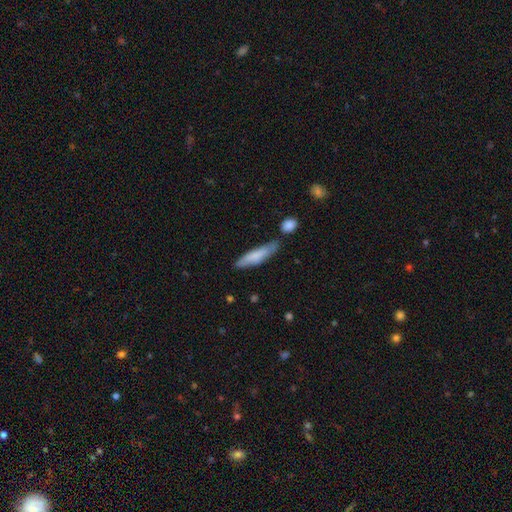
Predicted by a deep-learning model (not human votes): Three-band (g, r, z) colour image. It shows a smooth galaxy with no disk features (73%) that is cigar-shaped (81%). Merging: none (70%).